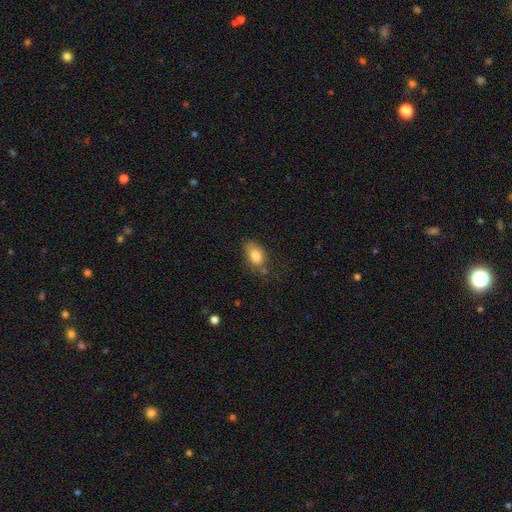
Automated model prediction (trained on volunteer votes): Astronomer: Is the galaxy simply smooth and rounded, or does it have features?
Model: smooth — 82%.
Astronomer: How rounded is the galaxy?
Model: in between — 84%.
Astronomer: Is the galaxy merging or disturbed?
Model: none — 59%.